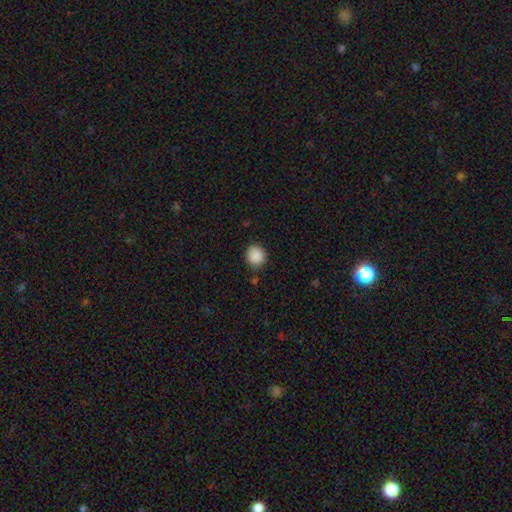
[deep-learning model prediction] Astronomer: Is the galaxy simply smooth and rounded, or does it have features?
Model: smooth — 88%.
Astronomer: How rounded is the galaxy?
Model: round — 84%.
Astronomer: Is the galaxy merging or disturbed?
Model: none — 84%.